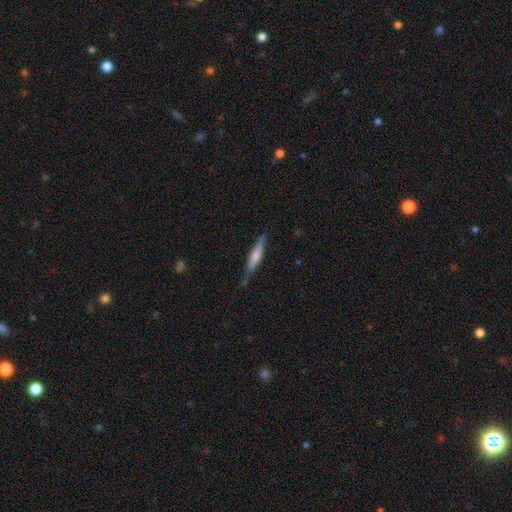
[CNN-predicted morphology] Q: Smooth or featured?
A: smooth (53%); runner-up: featured or disk (41%)
Q: How rounded?
A: cigar-shaped (89%); runner-up: in between (9%)
Q: Merging?
A: none (77%); runner-up: minor disturbance (17%)